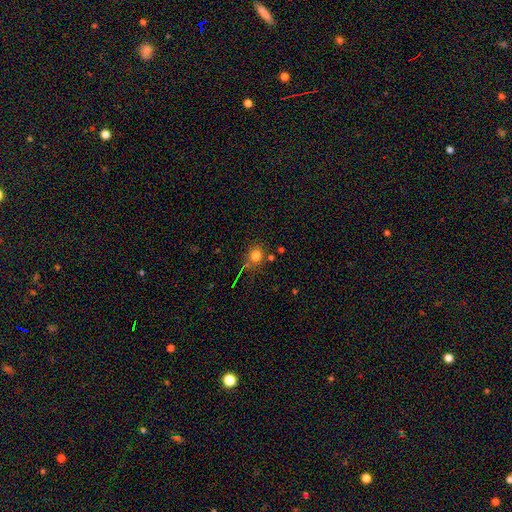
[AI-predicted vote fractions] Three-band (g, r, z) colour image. It shows a smooth galaxy with no disk features (77%) that is round (82%). Merging: none (72%).